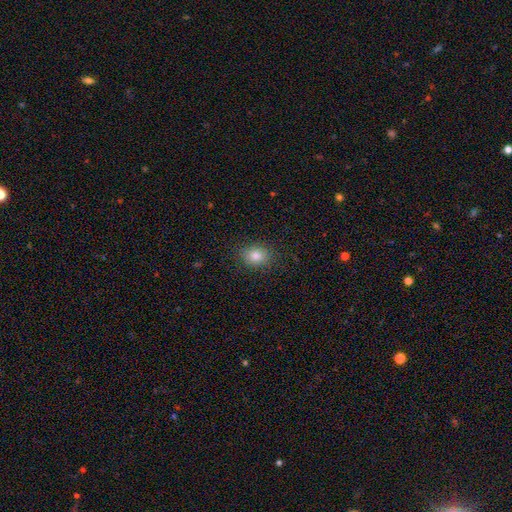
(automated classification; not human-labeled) Smooth or featured?
  - smooth: 82% *
  - star or artifact: 11%
  - featured or disk: 7%
How rounded?
  - in between: 55% *
  - round: 44%
  - cigar-shaped: 1%
Merging?
  - none: 87% *
  - minor disturbance: 9%
  - major disturbance: 3%
  - merger: 1%